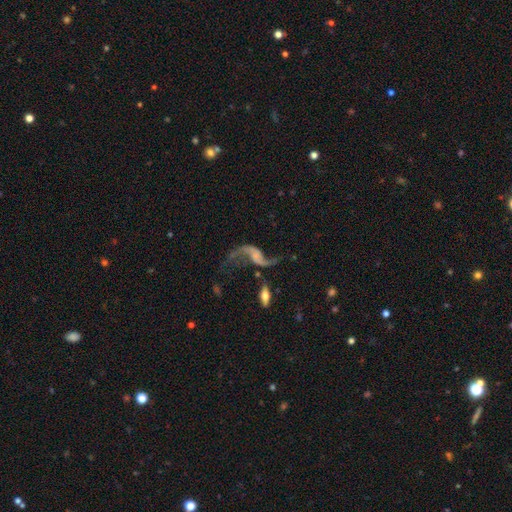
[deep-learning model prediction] A featured or disk galaxy (87%) with no bar (59%), 2 (92%) loose (95%) spiral arms (93%) and no central bulge (61%). Merging: none (57%).